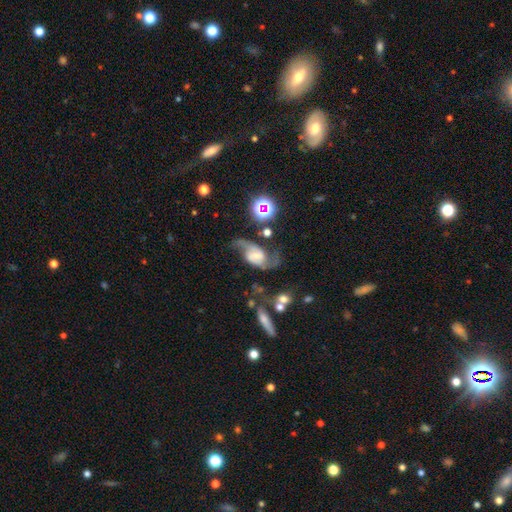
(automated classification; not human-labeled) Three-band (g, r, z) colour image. It shows a featured or disk galaxy (79%) with a weak bar (46%), 2 (88%) loose (56%) spiral arms (94%) and a small central bulge (41%). Merging: none (50%).